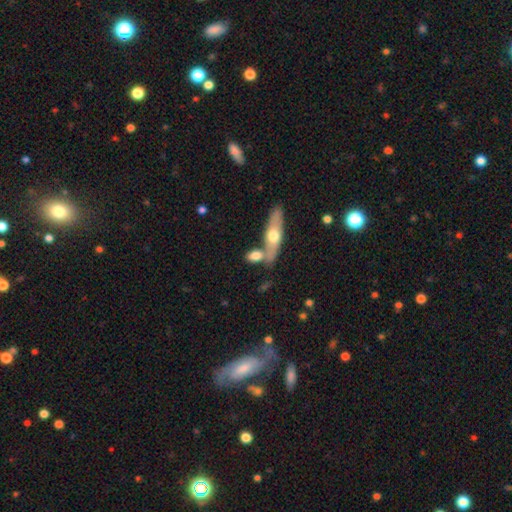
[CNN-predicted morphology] smooth_or_featured: smooth (p=0.68) [alt: featured or disk p=0.26]
how_rounded: in between (p=0.68) [alt: cigar-shaped p=0.21]
merging: none (p=0.46) [alt: merger p=0.39]